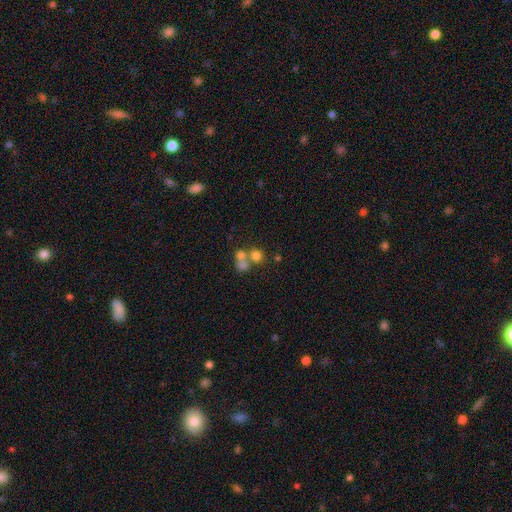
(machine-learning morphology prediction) Smooth or featured? Predicted: smooth (p=0.69). How rounded? Predicted: round (p=0.84). Merging? Predicted: merger (p=0.47).